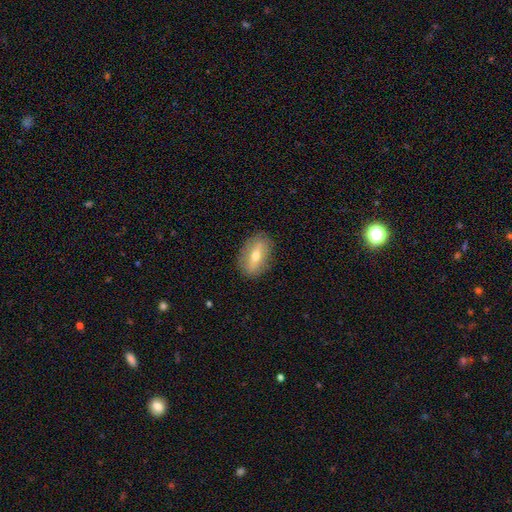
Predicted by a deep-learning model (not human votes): Overall: smooth (50%; featured or disk 42%). How rounded: in between (80%). Merging: none (86%).